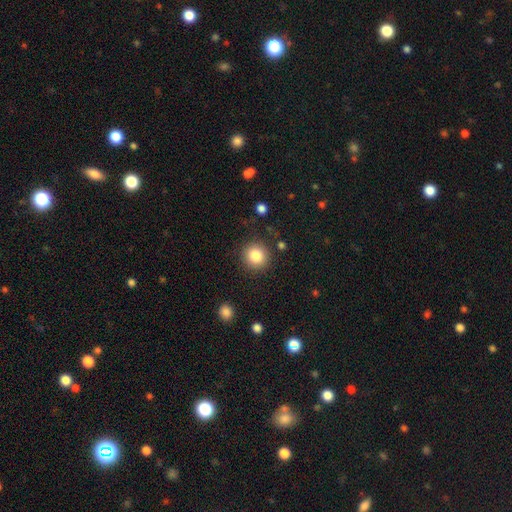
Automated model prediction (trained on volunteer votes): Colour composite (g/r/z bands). It shows a smooth galaxy with no disk features (84%) that is round (92%). Merging: none (87%).